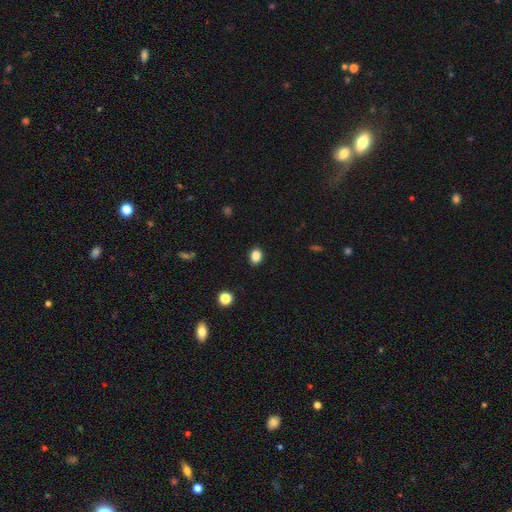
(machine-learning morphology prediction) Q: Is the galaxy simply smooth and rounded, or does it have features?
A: smooth — 86%.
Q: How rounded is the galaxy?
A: in between — 61%.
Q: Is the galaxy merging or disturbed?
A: none — 90%.